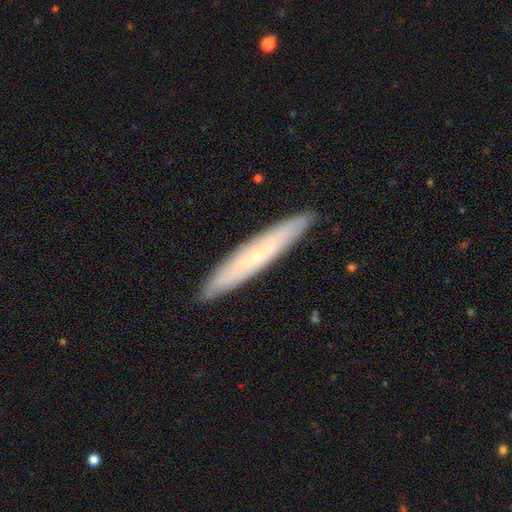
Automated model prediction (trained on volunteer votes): Smooth or featured? Predicted: featured or disk (p=0.49). Merging? Predicted: none (p=0.90).